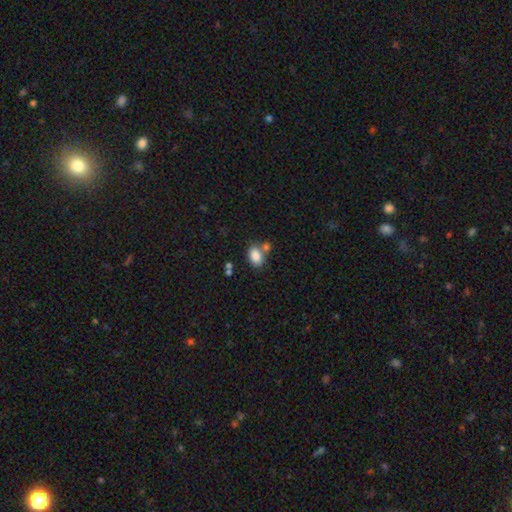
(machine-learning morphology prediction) smooth_or_featured: smooth (p=0.85) [alt: star or artifact p=0.09]
how_rounded: in between (p=0.81) [alt: round p=0.18]
merging: none (p=0.59) [alt: merger p=0.23]